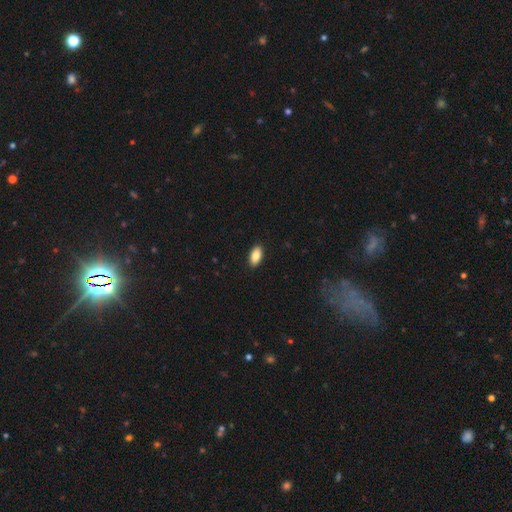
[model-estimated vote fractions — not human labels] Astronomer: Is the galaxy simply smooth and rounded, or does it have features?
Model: smooth — 86%.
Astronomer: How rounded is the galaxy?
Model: in between — 92%.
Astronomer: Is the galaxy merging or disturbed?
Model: none — 90%.